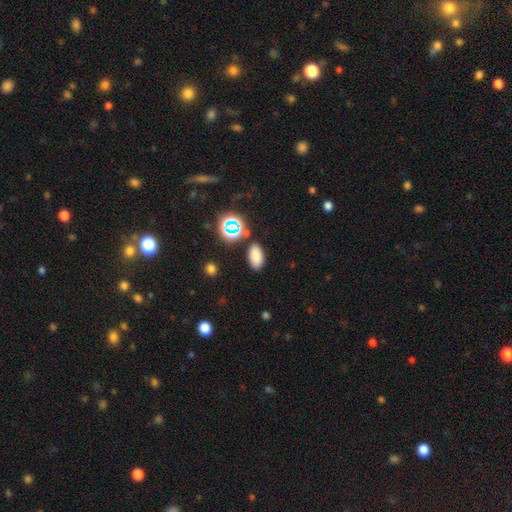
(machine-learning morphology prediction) A smooth galaxy with no disk features (78%) that is in between round and cigar-shaped (91%).

Vote fractions:
- Smooth or featured? smooth: 78% / star or artifact: 16% / featured or disk: 5%
- How rounded? in between: 91% / round: 6% / cigar-shaped: 3%
- Merging? none: 84% / minor disturbance: 9% / merger: 4% / major disturbance: 3%